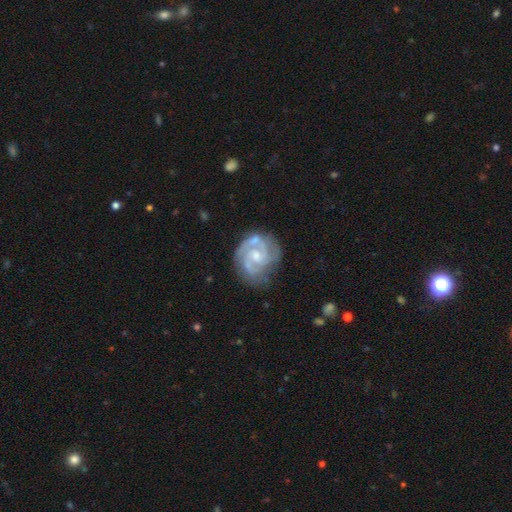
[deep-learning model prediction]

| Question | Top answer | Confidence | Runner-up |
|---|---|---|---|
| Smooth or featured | featured or disk | 87% | smooth (8%) |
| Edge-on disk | no | 98% | yes (2%) |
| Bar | no | 56% | weak (37%) |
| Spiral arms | yes | 96% | no (4%) |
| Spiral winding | tight | 58% | medium (36%) |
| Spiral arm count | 2 | 58% | 3 (21%) |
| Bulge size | small | 47% | moderate (44%) |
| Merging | none | 66% | minor disturbance (21%) |